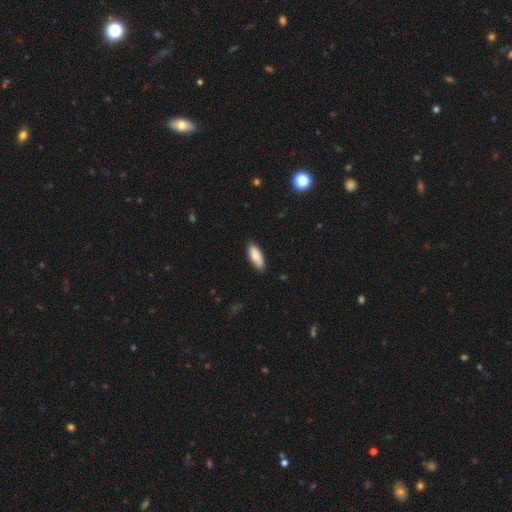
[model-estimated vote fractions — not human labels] This appears to be a smooth galaxy with no disk features (80%) that is in between round and cigar-shaped (75%). Merging: none (85%).